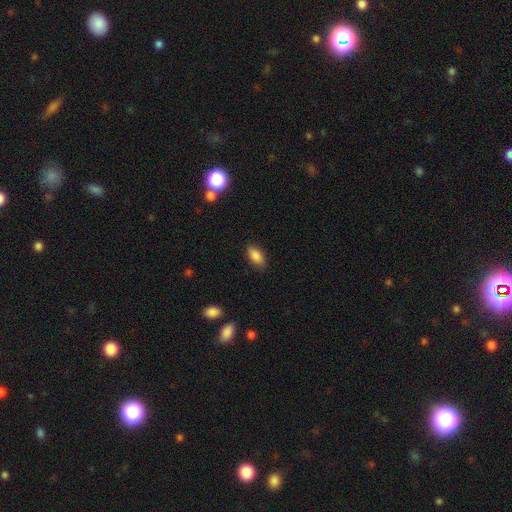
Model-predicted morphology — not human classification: Smooth or featured: smooth — 87% (star or artifact — 8%)
How rounded: in between — 91% (round — 4%)
Merging: none — 85% (minor disturbance — 11%)